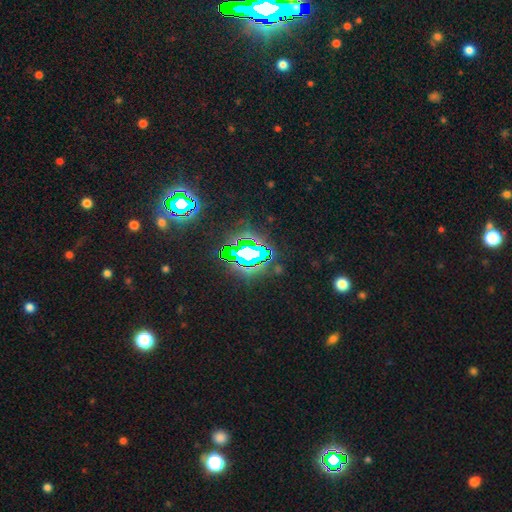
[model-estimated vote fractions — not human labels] Smooth or featured? star or artifact (82%)